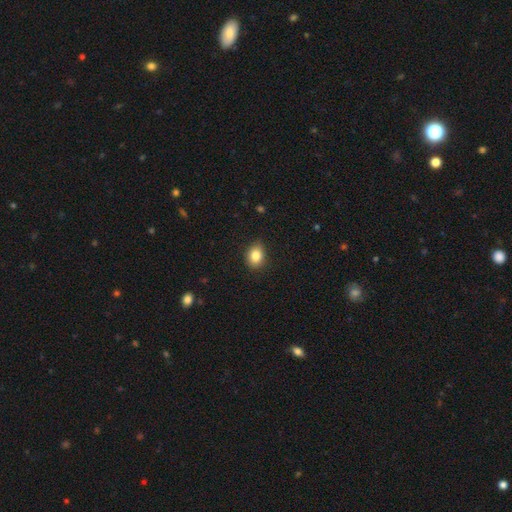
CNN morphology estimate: Smooth or featured: smooth — 84% (star or artifact — 10%)
How rounded: in between — 58% (round — 41%)
Merging: none — 84% (minor disturbance — 13%)